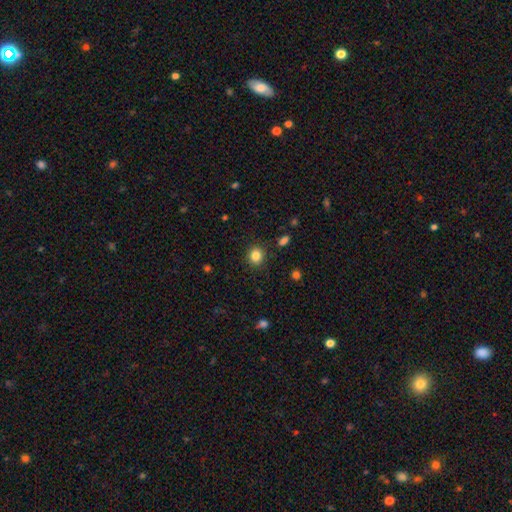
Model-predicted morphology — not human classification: Q: Smooth or featured?
A: smooth (84%); runner-up: star or artifact (11%)
Q: How rounded?
A: round (80%); runner-up: in between (19%)
Q: Merging?
A: none (89%); runner-up: minor disturbance (7%)